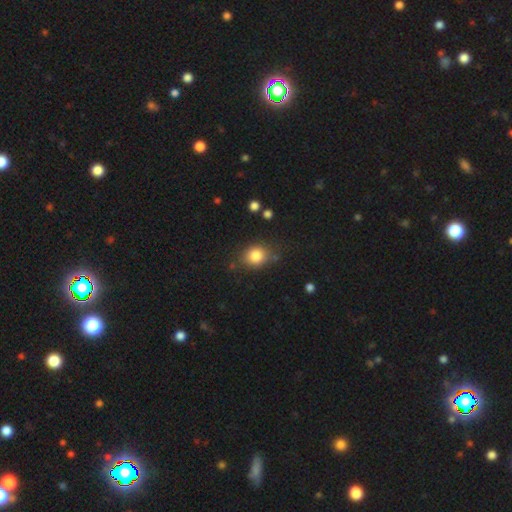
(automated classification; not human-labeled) The model was most divided on "how rounded": round: 61%, in between: 38%, cigar-shaped: 1%. More confident: smooth or featured — smooth (83%); merging — none (76%).